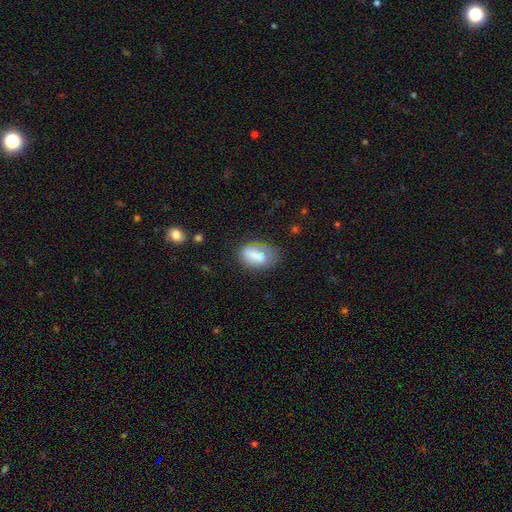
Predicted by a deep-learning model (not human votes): The model was most divided on "merging": none: 53%, minor disturbance: 29%, major disturbance: 15%, merger: 4%. More confident: how rounded — in between (84%); smooth or featured — smooth (68%).